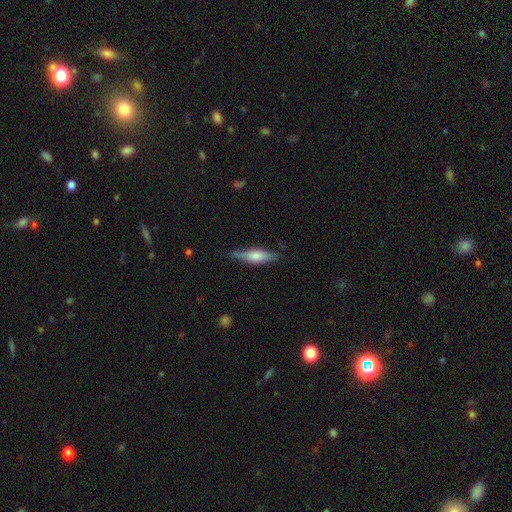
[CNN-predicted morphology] smooth_or_featured: featured or disk (p=0.50) [alt: smooth p=0.43]
disk_edge_on: yes (p=0.92) [alt: no p=0.08]
merging: none (p=0.81) [alt: minor disturbance p=0.15]